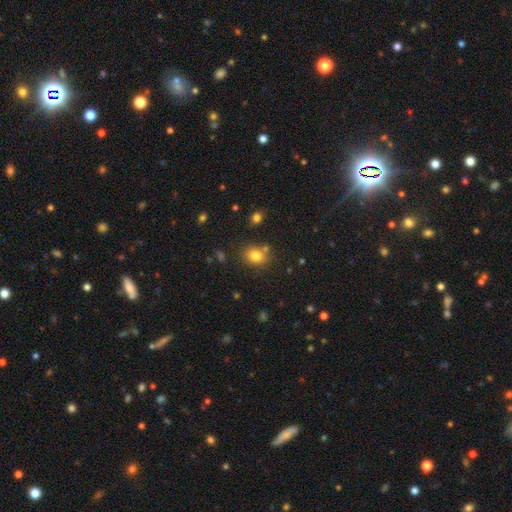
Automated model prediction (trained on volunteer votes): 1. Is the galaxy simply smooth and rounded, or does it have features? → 79% smooth, 13% star or artifact, 8% featured or disk.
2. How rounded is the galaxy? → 54% round, 45% in between, 1% cigar-shaped.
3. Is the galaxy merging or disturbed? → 75% none, 12% minor disturbance, 9% merger, 4% major disturbance.